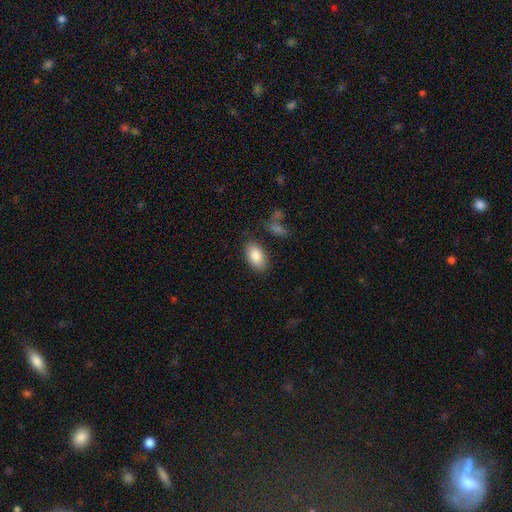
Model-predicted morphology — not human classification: Smooth or featured?
  - smooth: 86% *
  - featured or disk: 8%
  - star or artifact: 7%
How rounded?
  - in between: 93% *
  - round: 6%
  - cigar-shaped: 2%
Merging?
  - none: 83% *
  - minor disturbance: 12%
  - major disturbance: 3%
  - merger: 2%